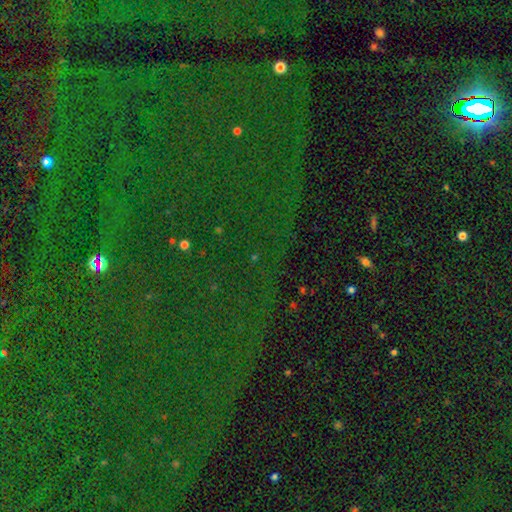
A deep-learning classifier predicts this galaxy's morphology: The model was most divided on "smooth or featured": star or artifact: 84%, smooth: 8%, featured or disk: 8%.